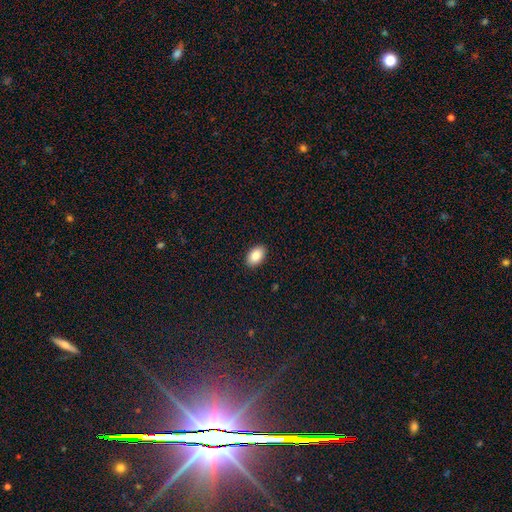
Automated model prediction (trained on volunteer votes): smooth-or-featured: smooth: 88% | star or artifact: 7% | featured or disk: 5%
  how-rounded: in between: 91% | round: 8% | cigar-shaped: 1%
  merging: none: 90% | minor disturbance: 7% | major disturbance: 2% | merger: 1%